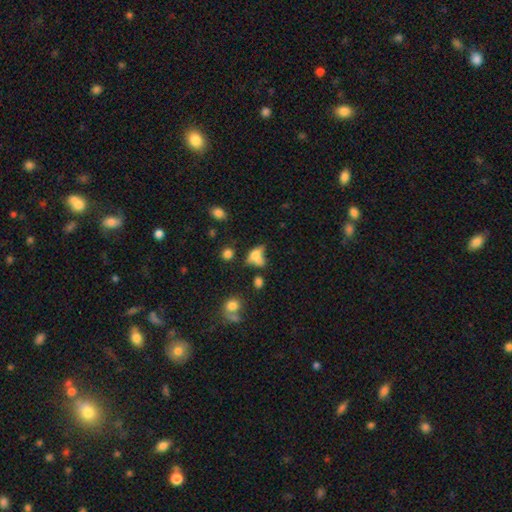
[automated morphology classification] type=smooth (60%); roundness=in between (68%); merging=merger (36%).